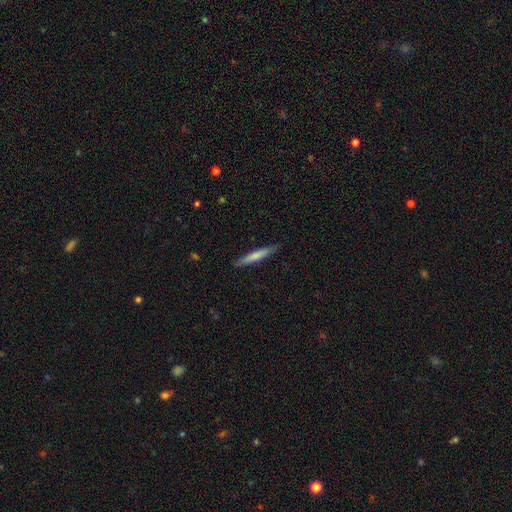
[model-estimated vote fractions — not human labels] A smooth galaxy with no disk features (70%) that is cigar-shaped (94%). Merging: none (87%).